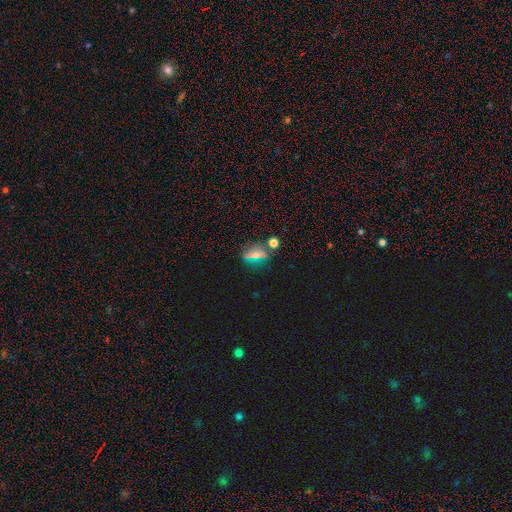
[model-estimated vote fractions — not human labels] Overall: featured or disk (39%; smooth 36%). Merging: none (74%).